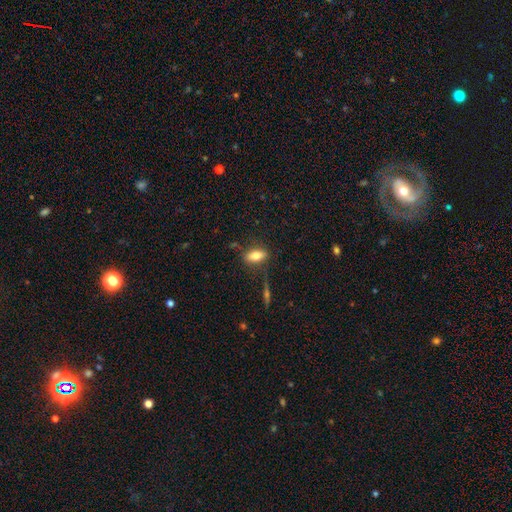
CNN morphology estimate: smooth-or-featured: smooth: 76% | featured or disk: 16% | star or artifact: 8%
  how-rounded: in between: 82% | cigar-shaped: 14% | round: 5%
  merging: none: 78% | minor disturbance: 13% | major disturbance: 4% | merger: 4%